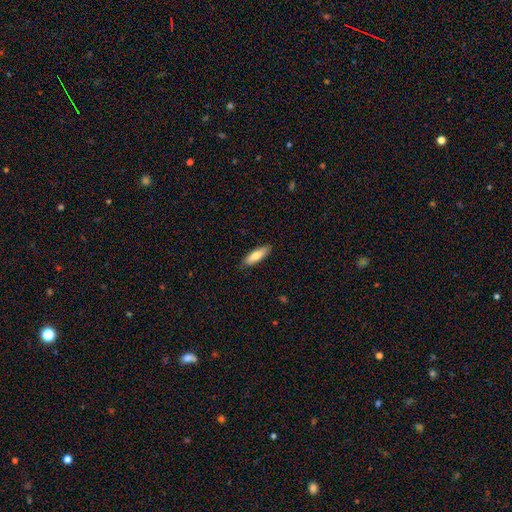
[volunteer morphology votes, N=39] Smooth or featured? 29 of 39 (74%) said smooth. How rounded? 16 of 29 (55%) said cigar-shaped. Merging? 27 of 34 (79%) said none.